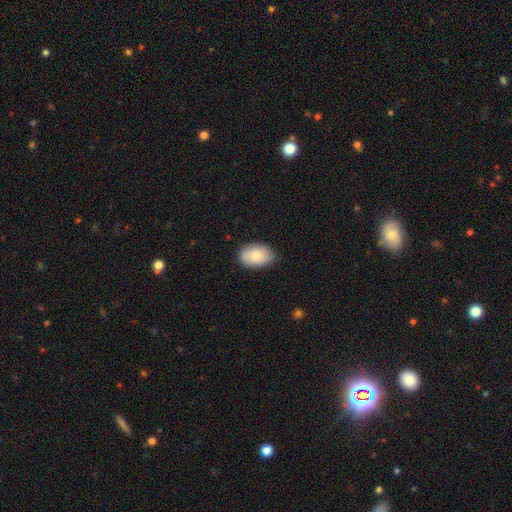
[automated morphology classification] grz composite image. It shows a smooth galaxy with no disk features (77%) that is in between round and cigar-shaped (88%). Merging: none (80%).